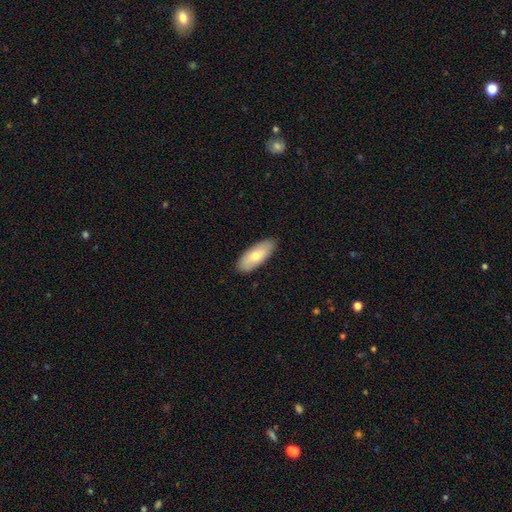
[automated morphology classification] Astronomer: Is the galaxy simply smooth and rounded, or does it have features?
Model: smooth — 70%.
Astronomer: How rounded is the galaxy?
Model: in between — 79%.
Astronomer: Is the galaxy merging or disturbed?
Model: none — 88%.